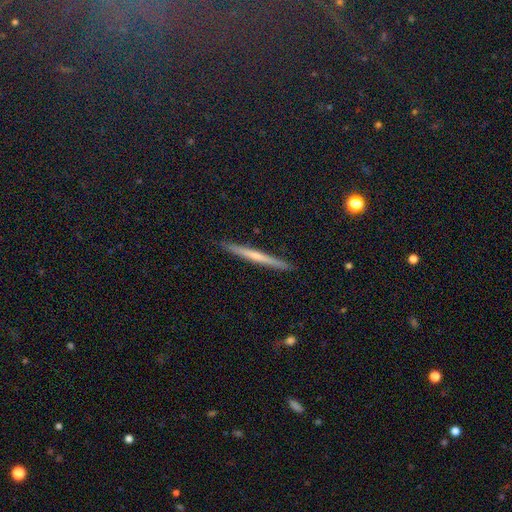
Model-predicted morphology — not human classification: A featured or disk galaxy (54%) viewed edge-on (97%) with no central bulge (64%). Merging: none (92%).